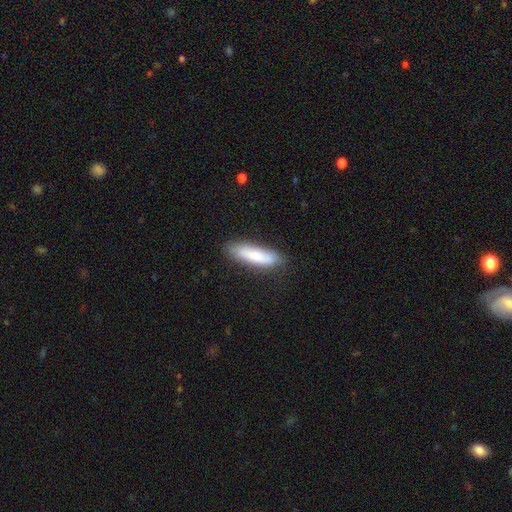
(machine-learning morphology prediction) smooth 78%, featured or disk 16%, star or artifact 6%. Down the decision tree: how rounded — cigar-shaped (65%); merging — none (82%).